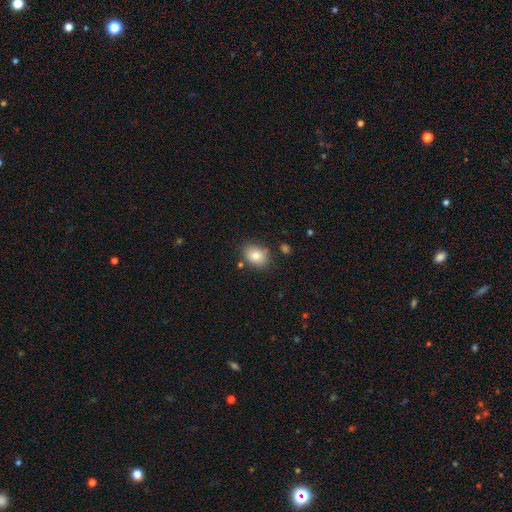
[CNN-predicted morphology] A smooth galaxy with no disk features (81%) that is in between round and cigar-shaped (63%). Merging: none (77%).